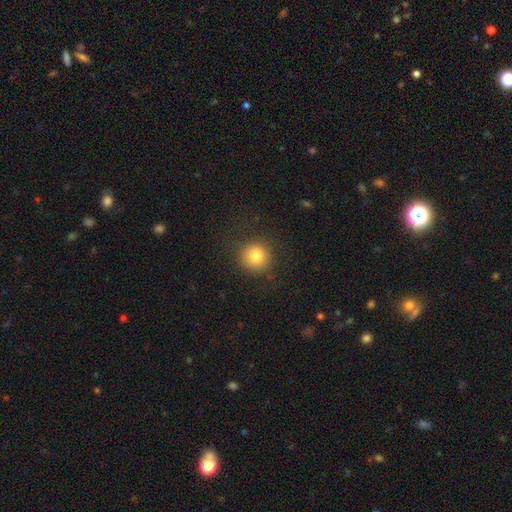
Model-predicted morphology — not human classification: A smooth galaxy with no disk features (82%) that is round (92%).

Vote fractions:
- Smooth or featured? smooth: 82% / star or artifact: 11% / featured or disk: 7%
- How rounded? round: 92% / in between: 7% / cigar-shaped: 1%
- Merging? none: 87% / minor disturbance: 8% / major disturbance: 4% / merger: 1%